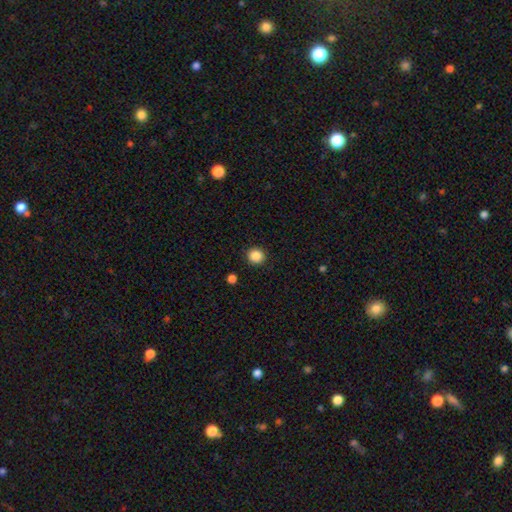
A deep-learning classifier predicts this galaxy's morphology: Q: Smooth or featured?
A: smooth (87%); runner-up: star or artifact (10%)
Q: How rounded?
A: round (91%); runner-up: in between (8%)
Q: Merging?
A: none (92%); runner-up: minor disturbance (5%)